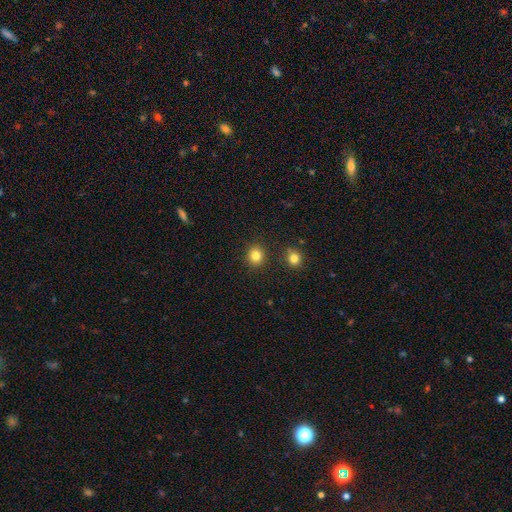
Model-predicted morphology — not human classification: type=smooth (83%); roundness=round (88%); merging=none (89%).